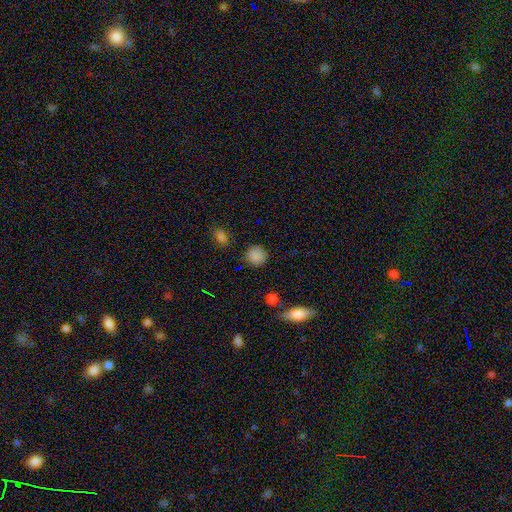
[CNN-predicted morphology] type=smooth (84%); roundness=round (89%); merging=none (86%).